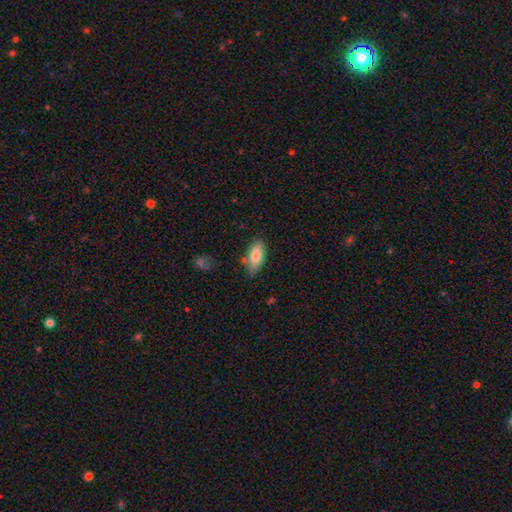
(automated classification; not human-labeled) Smooth or featured? Predicted: smooth (p=0.81). How rounded? Predicted: in between (p=0.88). Merging? Predicted: none (p=0.78).